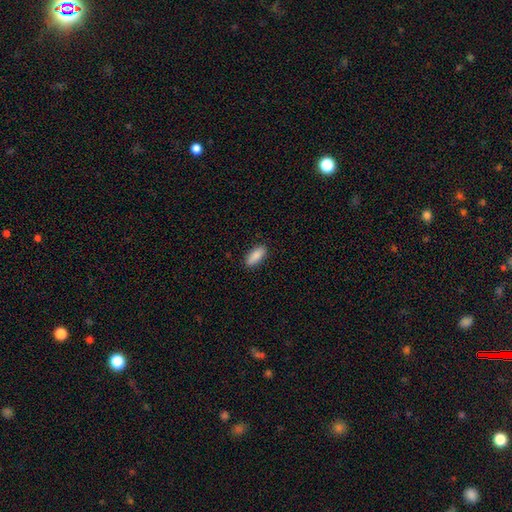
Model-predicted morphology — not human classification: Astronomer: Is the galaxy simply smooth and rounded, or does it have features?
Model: smooth — 88%.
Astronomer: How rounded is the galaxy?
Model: in between — 79%.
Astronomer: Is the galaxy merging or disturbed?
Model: none — 89%.